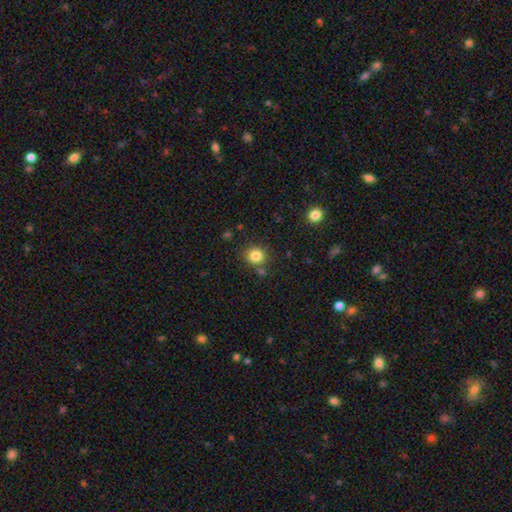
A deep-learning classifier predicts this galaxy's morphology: type=smooth (83%); roundness=round (88%); merging=none (80%).